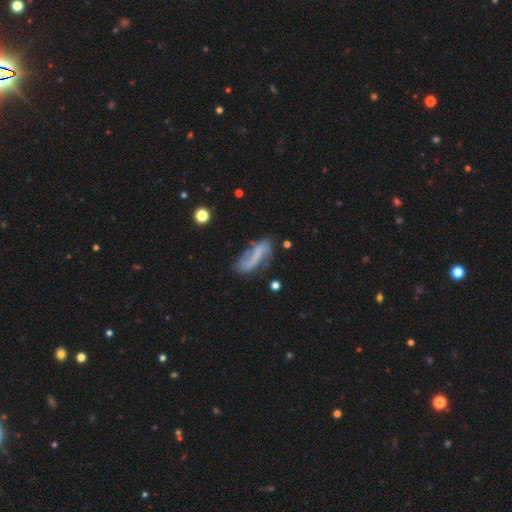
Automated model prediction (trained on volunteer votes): Morphology: type=featured or disk (57%); edge-on=no (87%); merging=none (53%).